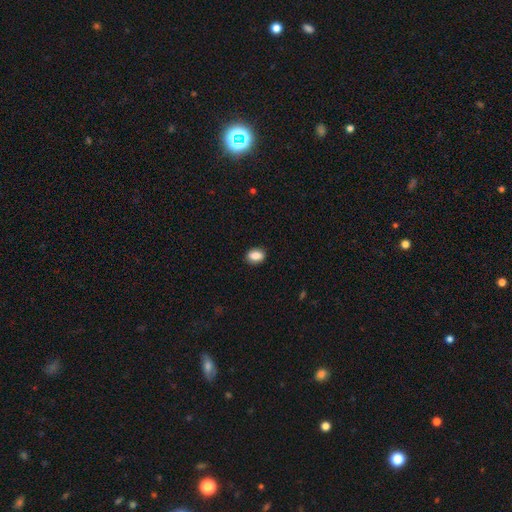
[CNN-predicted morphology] This is clearly a smooth galaxy (86%). How rounded: likely in between (71%). Merging: clearly none (89%).